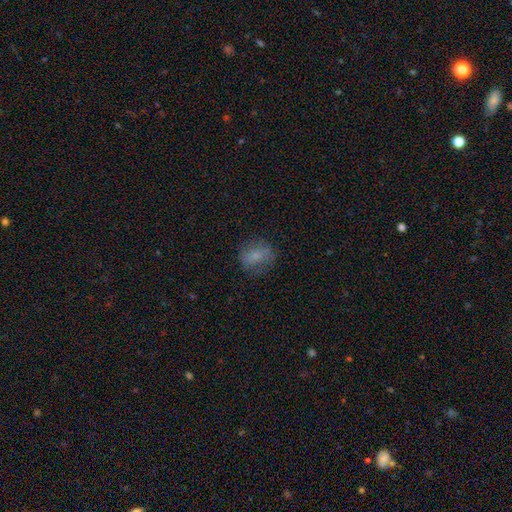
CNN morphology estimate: smooth-or-featured: smooth: 71% | featured or disk: 18% | star or artifact: 11%
  how-rounded: round: 49% (tied) | in between: 49% (tied) | cigar-shaped: 2%
  merging: none: 73% | minor disturbance: 18% | major disturbance: 8% | merger: 1%